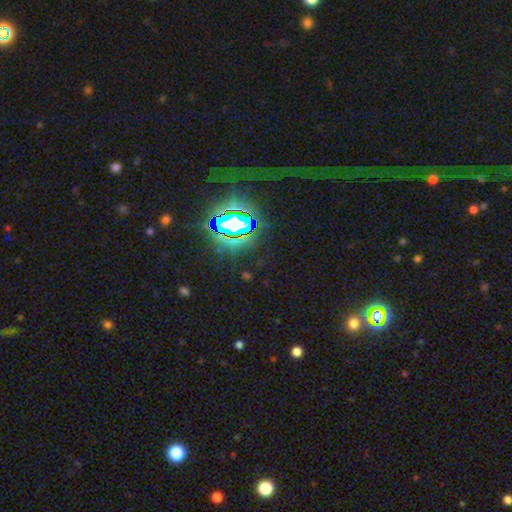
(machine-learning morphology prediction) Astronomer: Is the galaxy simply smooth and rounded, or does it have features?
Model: star or artifact — 80%.